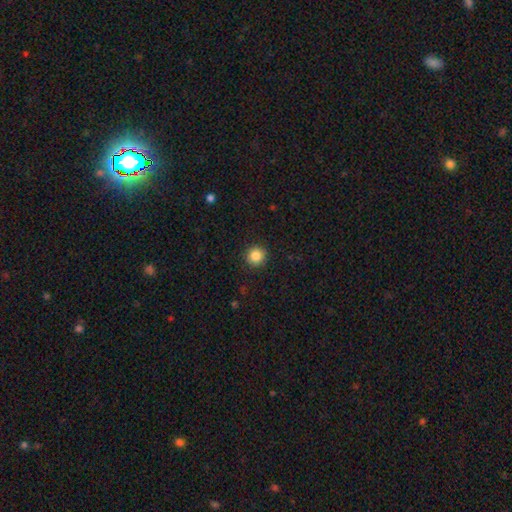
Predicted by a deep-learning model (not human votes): Smooth or featured: smooth — 86% (star or artifact — 10%)
How rounded: round — 94% (in between — 5%)
Merging: none — 91% (minor disturbance — 6%)